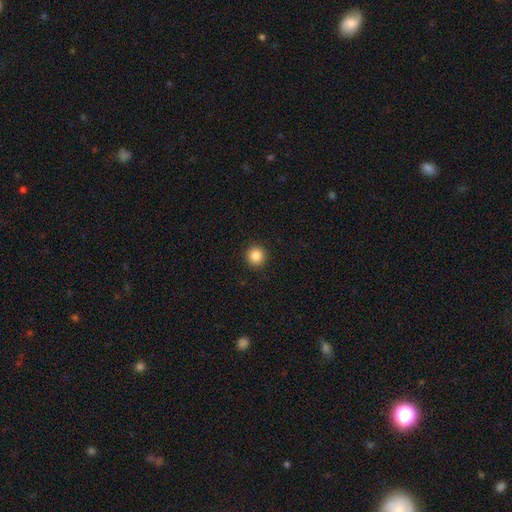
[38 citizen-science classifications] This appears to be a smooth galaxy with no disk features (84%) that is round (94%). Merging: none (100%).